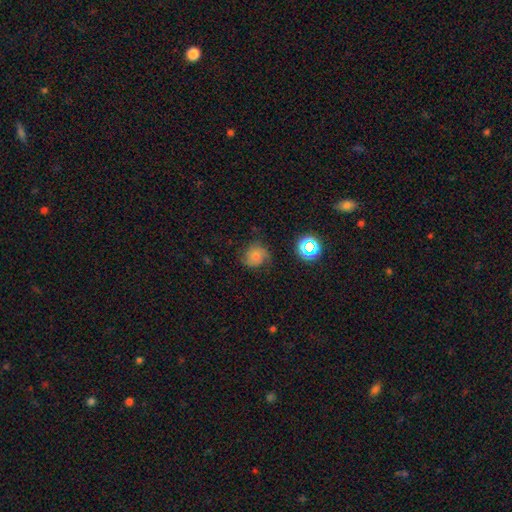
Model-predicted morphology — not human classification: smooth 53%, featured or disk 31%, star or artifact 16%. Down the decision tree: how rounded — round (78%); merging — none (61%).